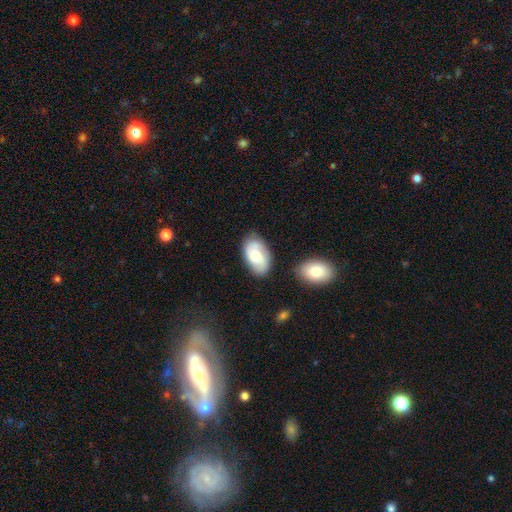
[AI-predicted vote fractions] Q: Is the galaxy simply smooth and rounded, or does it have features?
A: smooth — 56%.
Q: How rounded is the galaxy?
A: in between — 93%.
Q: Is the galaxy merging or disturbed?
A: none — 71%.